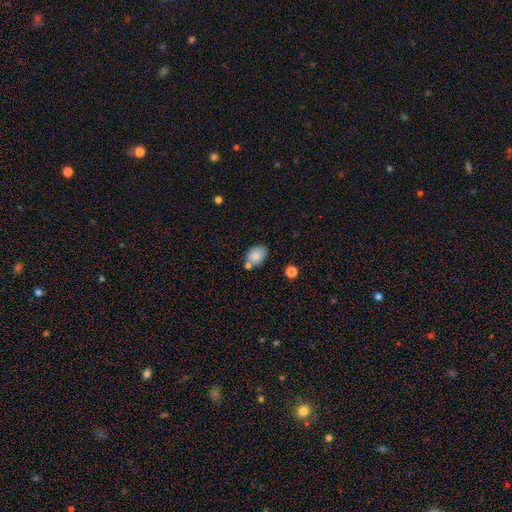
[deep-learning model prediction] Overall: smooth (84%). How rounded: in between (74%). Merging: none (63%).